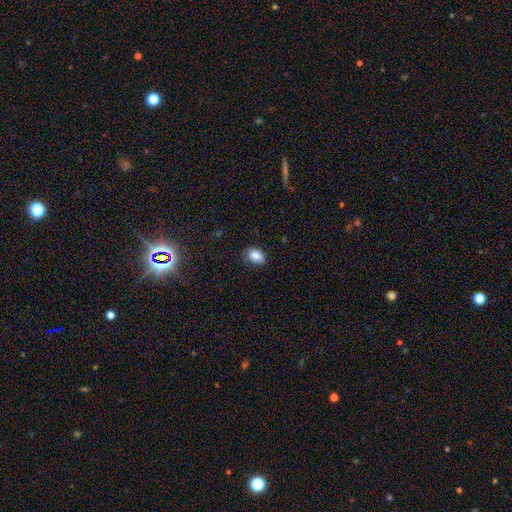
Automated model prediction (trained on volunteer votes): smooth_or_featured: smooth (p=0.81) [alt: featured or disk p=0.10]
how_rounded: in between (p=0.87) [alt: round p=0.12]
merging: none (p=0.69) [alt: minor disturbance p=0.23]